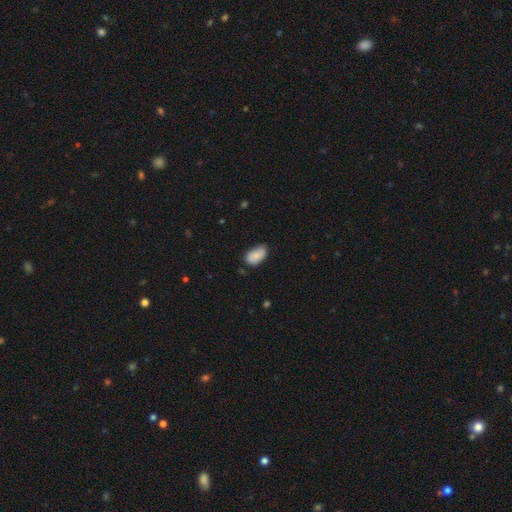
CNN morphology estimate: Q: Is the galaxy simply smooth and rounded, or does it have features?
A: smooth — 82%.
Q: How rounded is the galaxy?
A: in between — 92%.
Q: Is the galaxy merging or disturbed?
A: none — 62%.